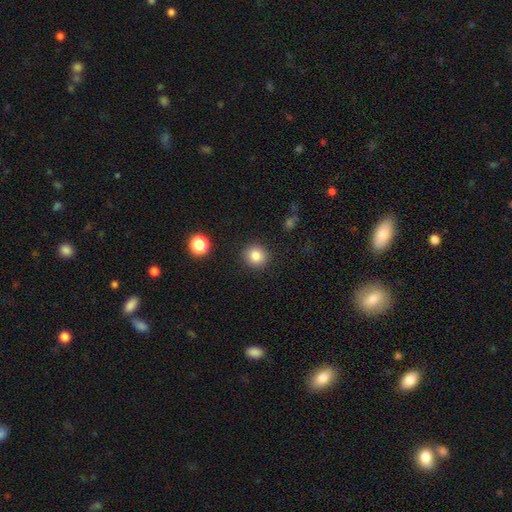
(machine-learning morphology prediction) smooth 84%, star or artifact 11%, featured or disk 6%. Down the decision tree: how rounded — round (91%); merging — none (90%).